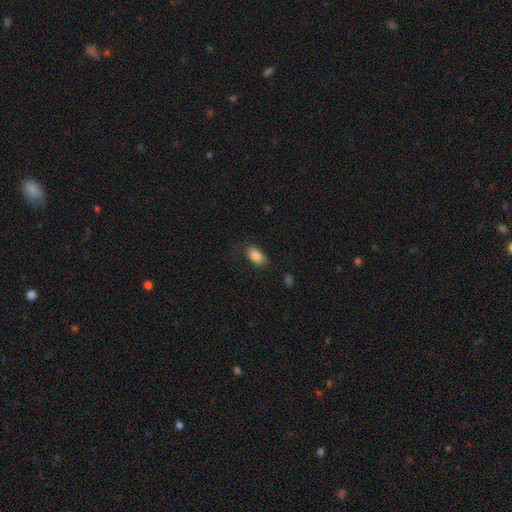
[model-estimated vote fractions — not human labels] Smooth or featured? Predicted: smooth (p=0.85). How rounded? Predicted: in between (p=0.91). Merging? Predicted: none (p=0.78).